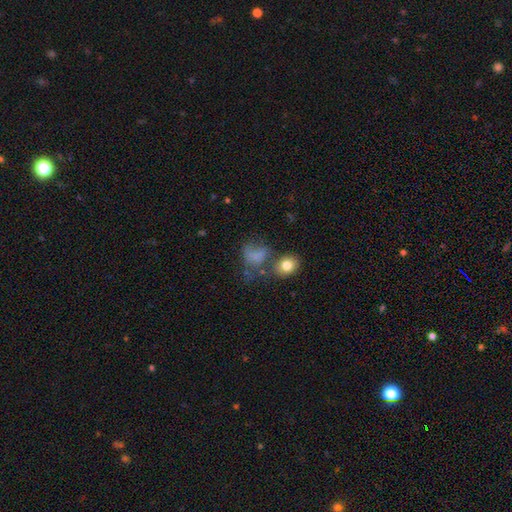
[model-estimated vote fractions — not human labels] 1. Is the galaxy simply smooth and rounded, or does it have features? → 70% smooth, 15% featured or disk, 15% star or artifact.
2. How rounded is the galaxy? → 56% in between, 42% round, 2% cigar-shaped.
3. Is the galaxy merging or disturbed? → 34% none, 28% major disturbance, 21% minor disturbance, 17% merger.